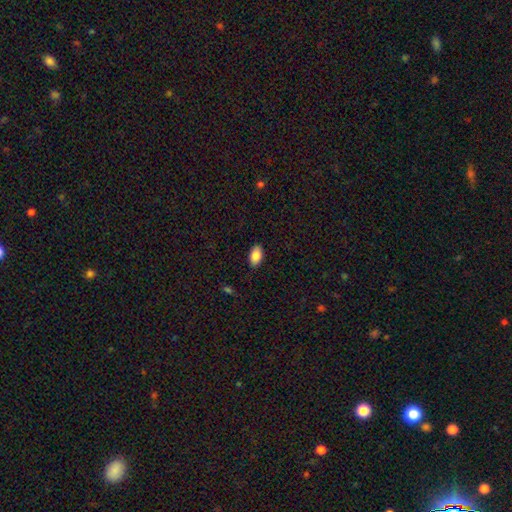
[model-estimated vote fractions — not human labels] Morphology: type=smooth (86%); roundness=in between (93%); merging=none (88%).